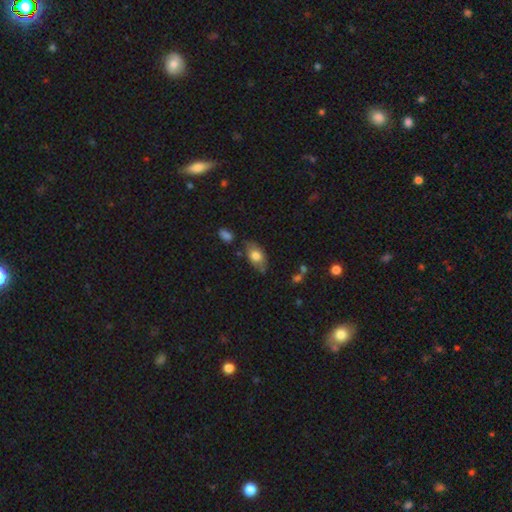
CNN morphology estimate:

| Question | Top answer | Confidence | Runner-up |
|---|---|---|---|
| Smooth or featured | smooth | 73% | featured or disk (20%) |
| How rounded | in between | 89% | round (7%) |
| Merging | none | 69% | minor disturbance (22%) |